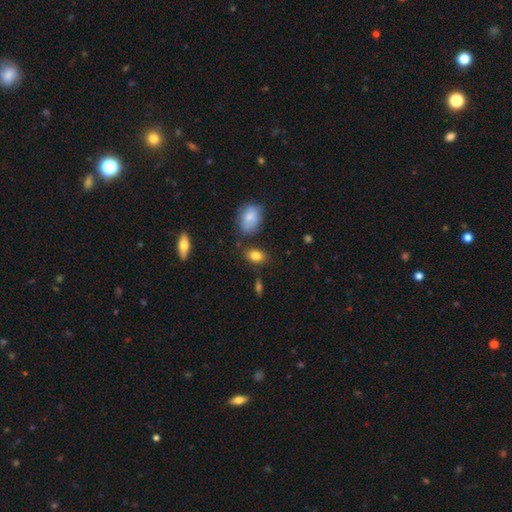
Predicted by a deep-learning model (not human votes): smooth 83%, star or artifact 9%, featured or disk 8%. Down the decision tree: how rounded — in between (82%); merging — none (79%).